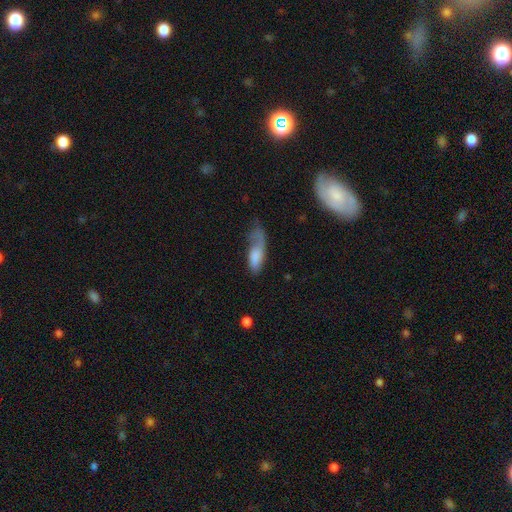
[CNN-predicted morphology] smooth_or_featured: smooth (p=0.73) [alt: featured or disk p=0.21]
how_rounded: in between (p=0.64) [alt: cigar-shaped p=0.34]
merging: major disturbance (p=0.38) [alt: minor disturbance p=0.31]